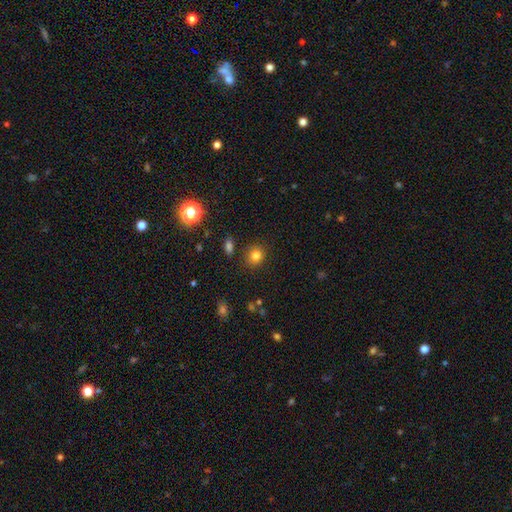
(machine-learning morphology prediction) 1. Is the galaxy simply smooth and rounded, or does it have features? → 81% smooth, 13% star or artifact, 6% featured or disk.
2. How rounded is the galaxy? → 80% round, 19% in between, 1% cigar-shaped.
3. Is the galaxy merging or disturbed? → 86% none, 8% minor disturbance, 3% merger, 3% major disturbance.